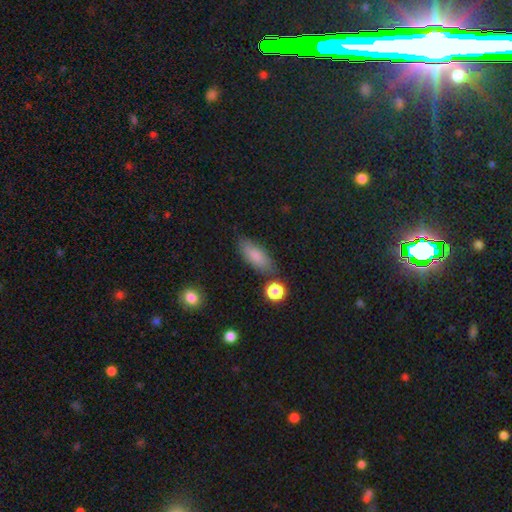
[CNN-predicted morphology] The model was most divided on "how rounded": in between: 73%, cigar-shaped: 23%, round: 3%. More confident: smooth or featured — smooth (83%); merging — none (77%).